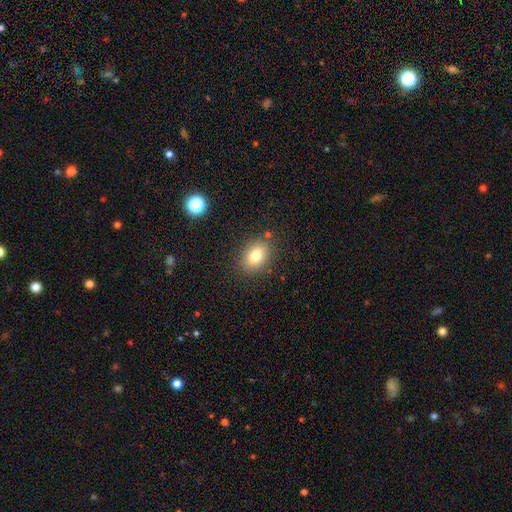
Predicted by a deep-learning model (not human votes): smooth_or_featured: smooth (p=0.78) [alt: featured or disk p=0.11]
how_rounded: in between (p=0.70) [alt: round p=0.29]
merging: none (p=0.84) [alt: minor disturbance p=0.10]